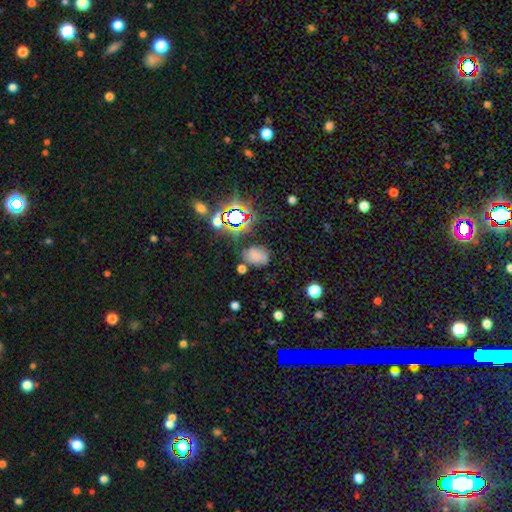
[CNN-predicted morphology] Smooth or featured?
  - smooth: 59% *
  - star or artifact: 24%
  - featured or disk: 16%
How rounded?
  - in between: 68% *
  - round: 31%
  - cigar-shaped: 1%
Merging?
  - none: 58% *
  - minor disturbance: 24%
  - major disturbance: 10%
  - merger: 7%